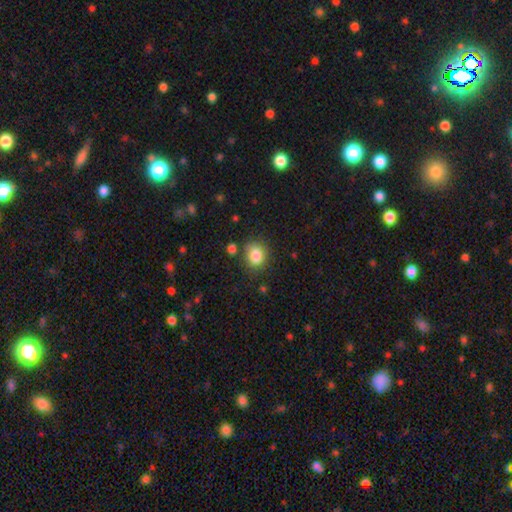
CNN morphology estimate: A smooth galaxy with no disk features (85%) that is round (59%). Merging: none (76%).